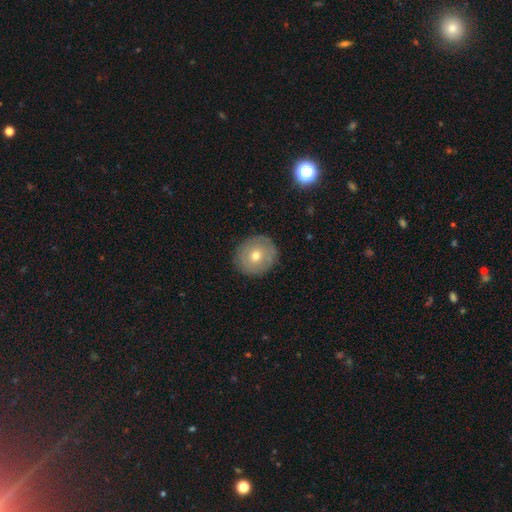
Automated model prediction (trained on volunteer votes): Smooth or featured?
  - smooth: 63% *
  - featured or disk: 29%
  - star or artifact: 9%
How rounded?
  - round: 87% *
  - in between: 12%
  - cigar-shaped: 1%
Merging?
  - none: 87% *
  - minor disturbance: 10%
  - major disturbance: 3%
  - merger: 1%